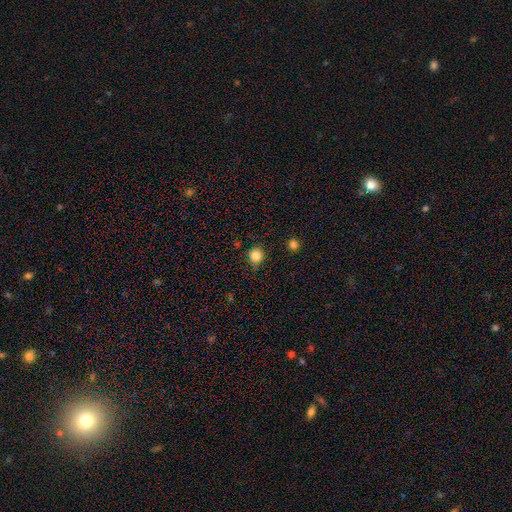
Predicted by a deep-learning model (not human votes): smooth-or-featured: smooth: 84% | star or artifact: 12% | featured or disk: 4%
  how-rounded: round: 89% | in between: 10% | cigar-shaped: 1%
  merging: none: 85% | minor disturbance: 11% | major disturbance: 3% | merger: 2%